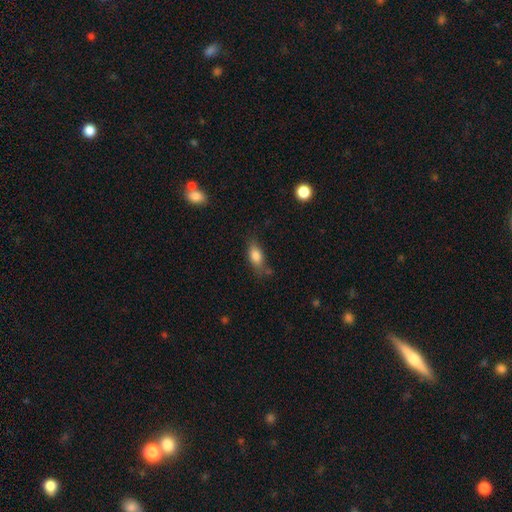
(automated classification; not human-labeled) A smooth galaxy with no disk features (79%) that is in between round and cigar-shaped (82%). Merging: none (62%).